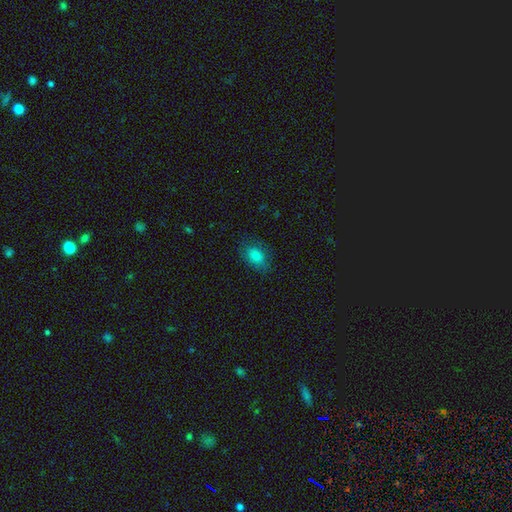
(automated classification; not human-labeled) A smooth galaxy with no disk features (81%) that is in between round and cigar-shaped (85%).

Vote fractions:
- Smooth or featured? smooth: 81% / featured or disk: 9% / star or artifact: 9%
- How rounded? in between: 85% / round: 13% / cigar-shaped: 2%
- Merging? none: 78% / minor disturbance: 16% / major disturbance: 4% / merger: 1%